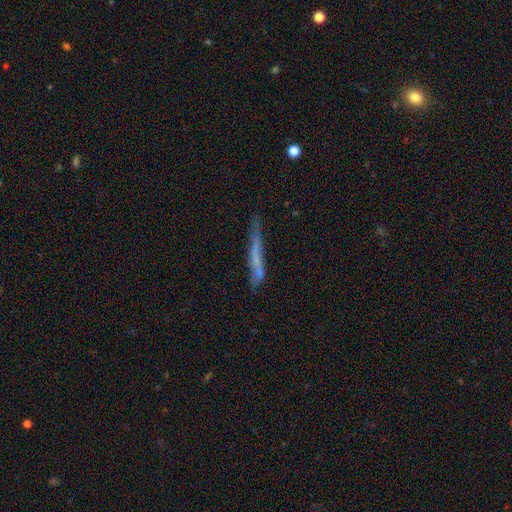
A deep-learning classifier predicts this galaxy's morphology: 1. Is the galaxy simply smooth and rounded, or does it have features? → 48% smooth, 43% featured or disk, 9% star or artifact.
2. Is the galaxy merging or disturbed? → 56% none, 24% minor disturbance, 12% major disturbance, 8% merger.